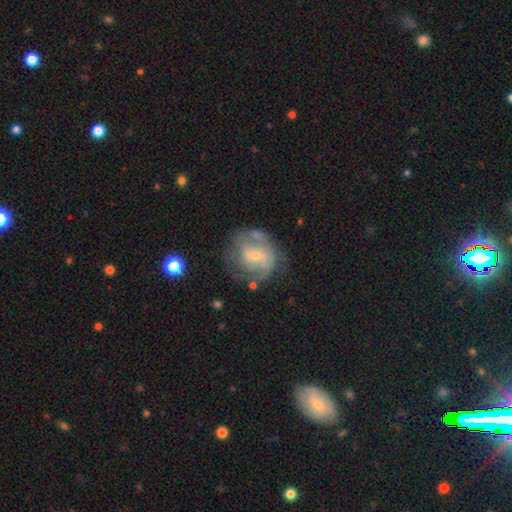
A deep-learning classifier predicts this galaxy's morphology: type=featured or disk (70%); edge-on=no (97%); bar=no (50%); spiral arms=yes (75%); winding=tight (43%); arm count=2 (41%); bulge=small (64%); merging=none (55%).